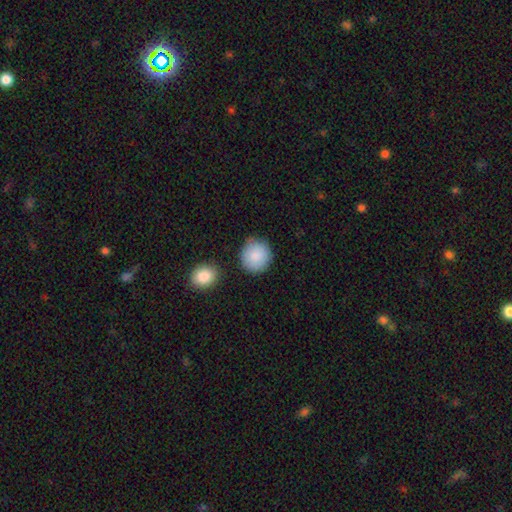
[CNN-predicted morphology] smooth_or_featured: smooth (p=0.89) [alt: star or artifact p=0.06]
how_rounded: round (p=0.91) [alt: in between p=0.08]
merging: none (p=0.81) [alt: minor disturbance p=0.12]